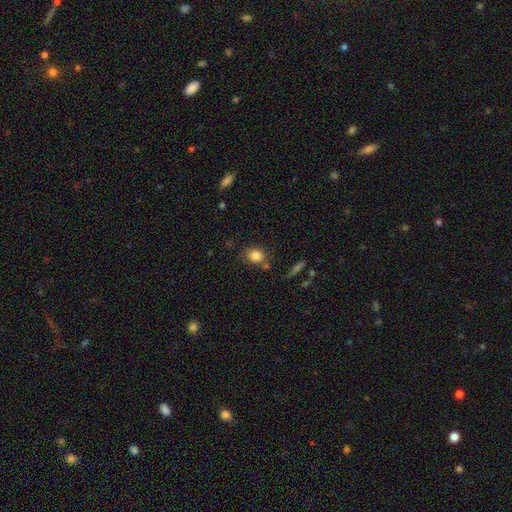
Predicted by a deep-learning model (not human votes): Smooth or featured?
  - smooth: 83% *
  - star or artifact: 10%
  - featured or disk: 7%
How rounded?
  - round: 65% *
  - in between: 34%
  - cigar-shaped: 2%
Merging?
  - none: 73% *
  - minor disturbance: 15%
  - merger: 8%
  - major disturbance: 4%